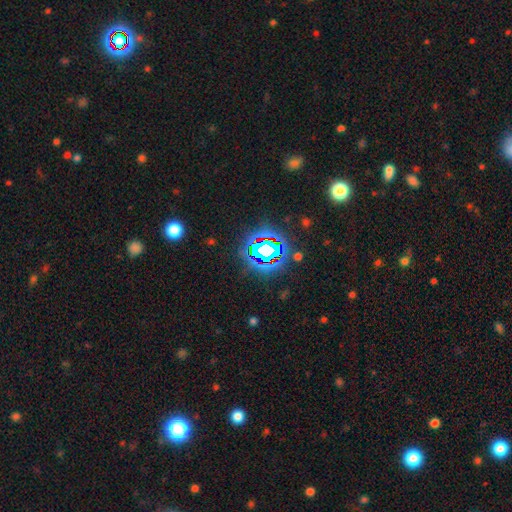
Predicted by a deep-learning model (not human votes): Morphology: type=star or artifact (81%).